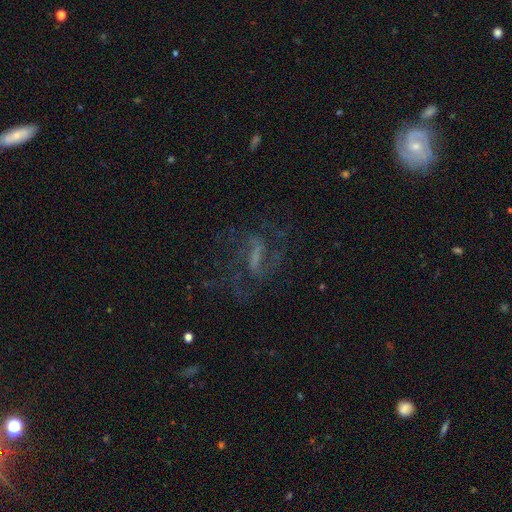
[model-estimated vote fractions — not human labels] featured or disk 72%, star or artifact 15%, smooth 13%. Down the decision tree: edge-on disk — no (93%); bar — strong (48%); spiral arms — yes (85%); spiral arm count — 2 (69%); spiral winding — medium (45%); bulge size — none (49%); merging — none (59%).